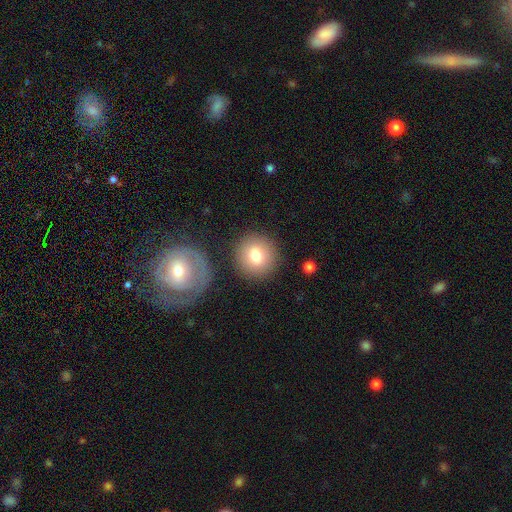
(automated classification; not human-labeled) Smooth or featured? smooth (80%)
How rounded? round (92%)
Merging? none (84%)